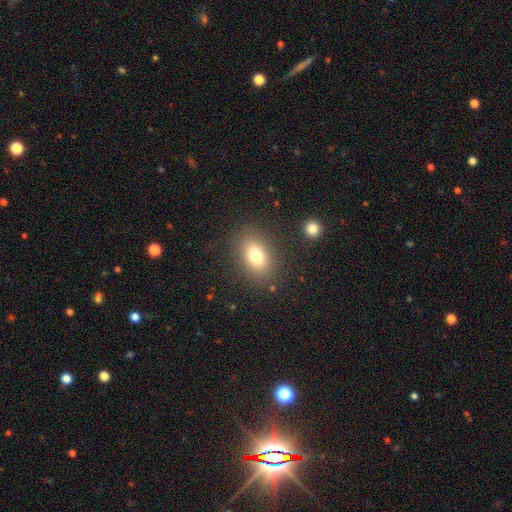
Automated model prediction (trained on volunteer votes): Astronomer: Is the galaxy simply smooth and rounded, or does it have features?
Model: smooth — 77%.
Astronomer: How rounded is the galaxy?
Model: in between — 80%.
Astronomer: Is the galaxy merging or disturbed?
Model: none — 84%.